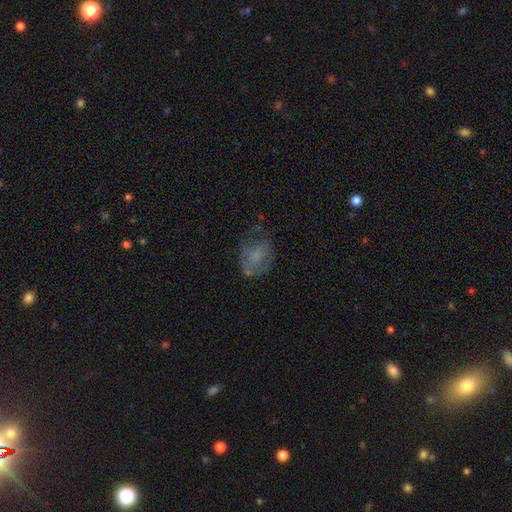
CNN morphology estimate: This is possibly a smooth galaxy (57%). How rounded: likely in between (63%). Merging: possibly none (48%).